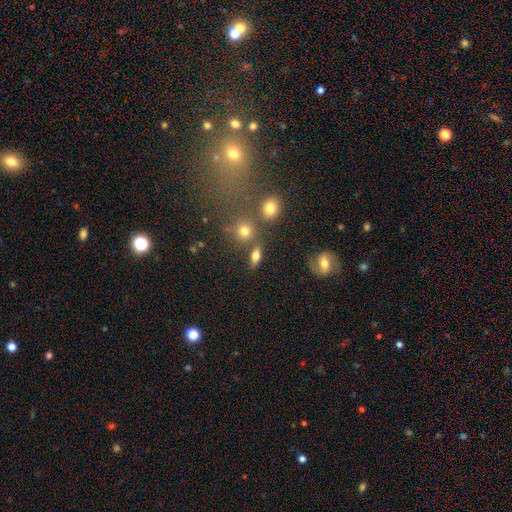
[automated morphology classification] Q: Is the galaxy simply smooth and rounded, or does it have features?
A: smooth — 72%.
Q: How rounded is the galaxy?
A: in between — 70%.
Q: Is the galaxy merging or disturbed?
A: none — 69%.